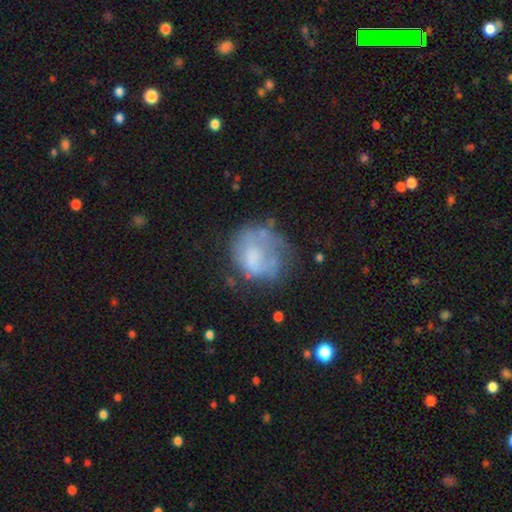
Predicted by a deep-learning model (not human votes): Morphology: type=smooth (49%); merging=none (41%).